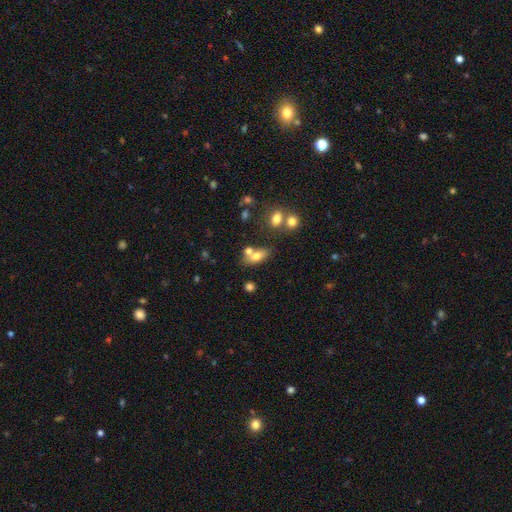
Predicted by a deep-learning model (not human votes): A smooth galaxy with no disk features (70%) that is in between round and cigar-shaped (78%). Merging: none (46%).